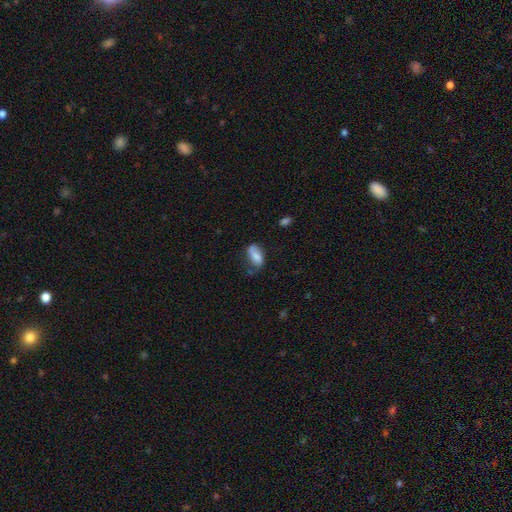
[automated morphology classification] Smooth or featured?
  - smooth: 70% *
  - featured or disk: 21%
  - star or artifact: 8%
How rounded?
  - in between: 87% *
  - cigar-shaped: 7%
  - round: 5%
Merging?
  - none: 49% *
  - minor disturbance: 31%
  - major disturbance: 12%
  - merger: 7%